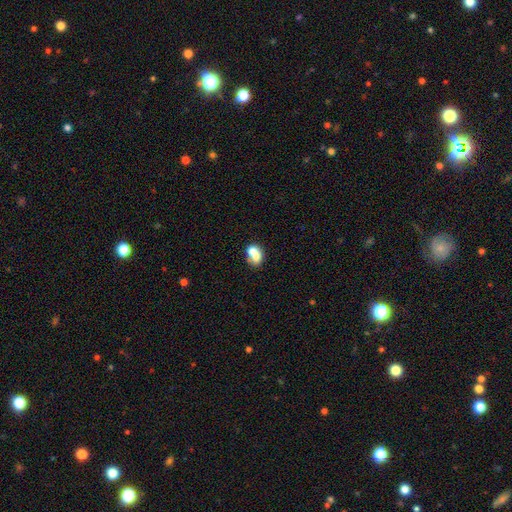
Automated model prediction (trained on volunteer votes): smooth_or_featured: smooth (p=0.67) [alt: featured or disk p=0.23]
how_rounded: in between (p=0.58) [alt: round p=0.41]
merging: merger (p=0.59) [alt: none p=0.27]